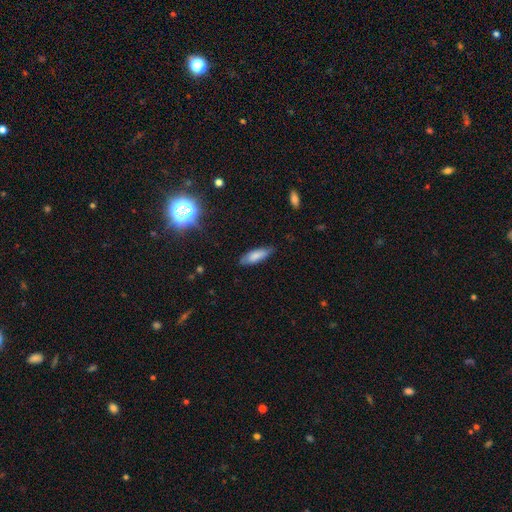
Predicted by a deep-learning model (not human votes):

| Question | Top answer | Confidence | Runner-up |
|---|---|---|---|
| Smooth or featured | smooth | 78% | featured or disk (15%) |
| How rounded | in between | 59% | cigar-shaped (39%) |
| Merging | none | 76% | minor disturbance (19%) |